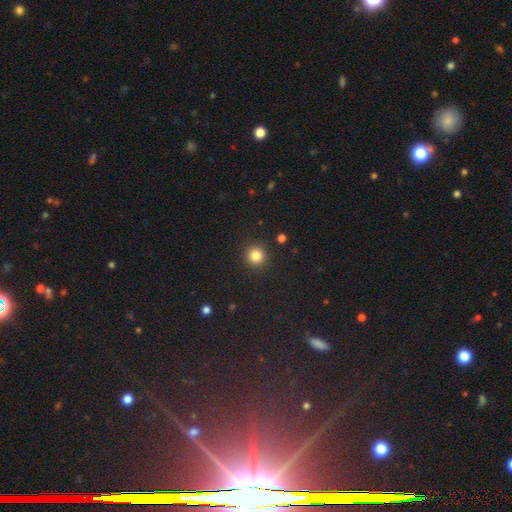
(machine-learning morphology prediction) smooth 84%, star or artifact 12%, featured or disk 5%. Down the decision tree: how rounded — round (93%); merging — none (91%).